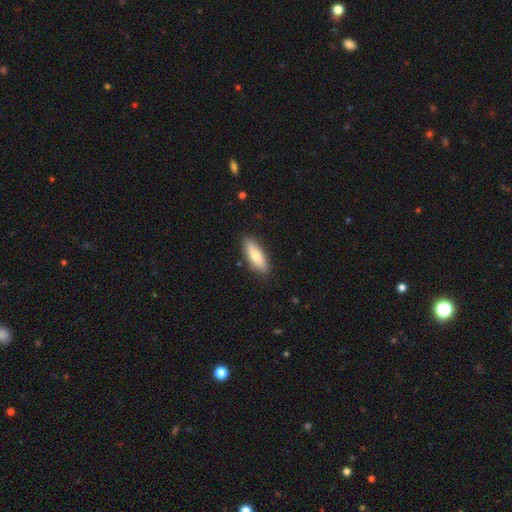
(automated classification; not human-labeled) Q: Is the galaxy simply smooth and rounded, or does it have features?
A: smooth — 74%.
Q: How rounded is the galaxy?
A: in between — 62%.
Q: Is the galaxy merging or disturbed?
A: none — 87%.